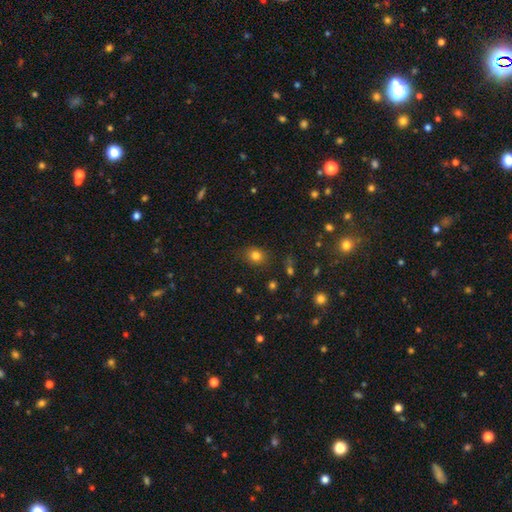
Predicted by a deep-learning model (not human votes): A smooth galaxy with no disk features (79%) that is round (62%).

Vote fractions:
- Smooth or featured? smooth: 79% / star or artifact: 14% / featured or disk: 7%
- How rounded? round: 62% / in between: 37% / cigar-shaped: 1%
- Merging? none: 81% / minor disturbance: 13% / major disturbance: 4% / merger: 2%